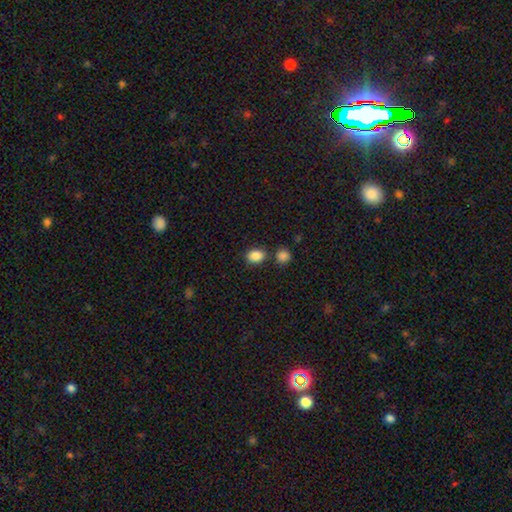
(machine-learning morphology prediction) Smooth or featured? Predicted: smooth (p=0.87). How rounded? Predicted: in between (p=0.64). Merging? Predicted: none (p=0.74).